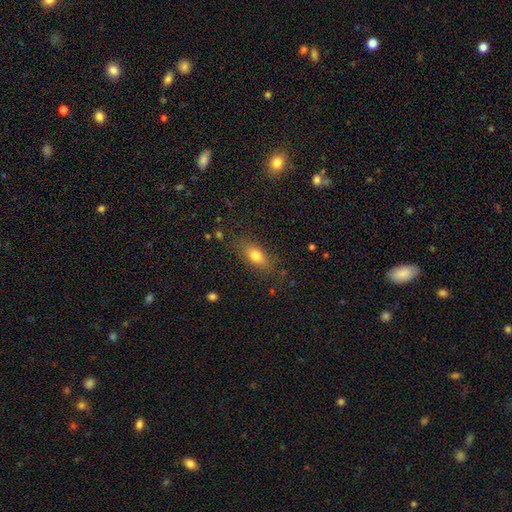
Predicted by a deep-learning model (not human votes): smooth-or-featured: smooth: 76% | featured or disk: 14% | star or artifact: 10%
  how-rounded: in between: 79% | cigar-shaped: 14% | round: 7%
  merging: none: 79% | minor disturbance: 15% | major disturbance: 5% | merger: 2%